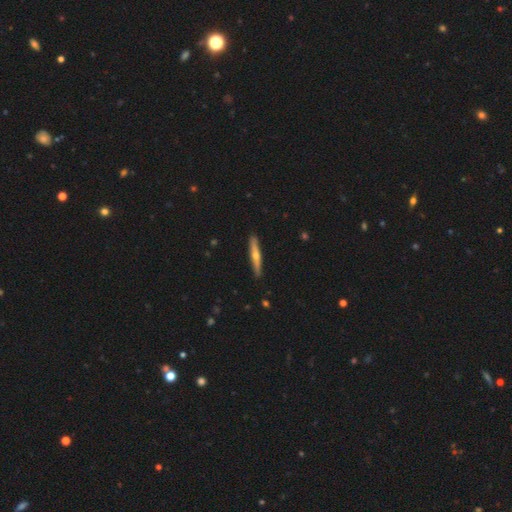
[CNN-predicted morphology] A featured or disk galaxy (59%) viewed edge-on (95%) with a rounded central bulge (86%). Merging: none (89%).